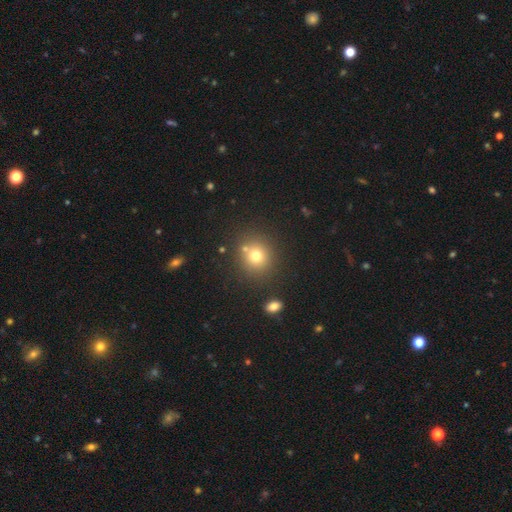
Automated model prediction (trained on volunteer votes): Smooth or featured: smooth — 73% (star or artifact — 16%)
How rounded: round — 86% (in between — 13%)
Merging: none — 75% (merger — 12%)